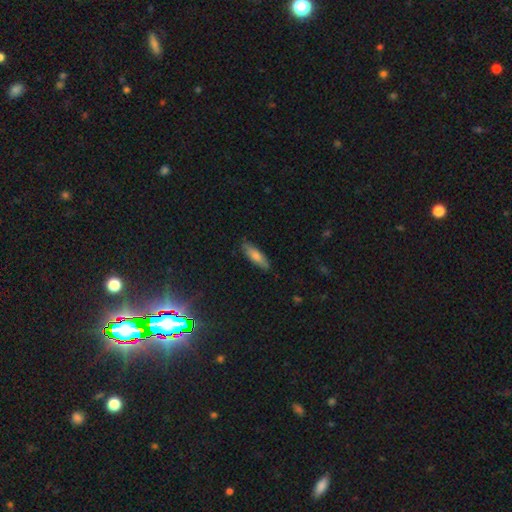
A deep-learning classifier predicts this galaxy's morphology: This appears to be a smooth galaxy with no disk features (71%) that is cigar-shaped (61%). Merging: none (86%).